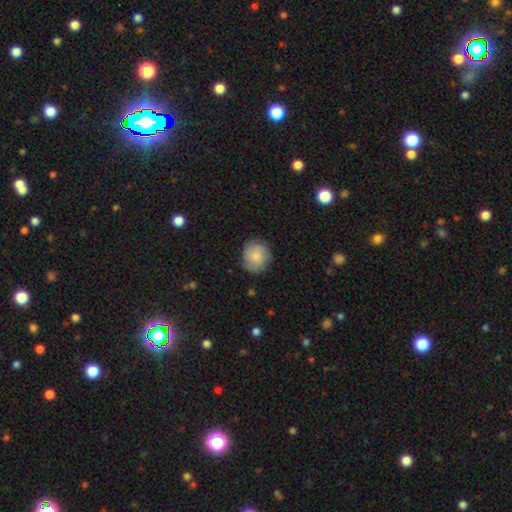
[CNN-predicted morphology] Smooth or featured?
  - smooth: 75% *
  - featured or disk: 18%
  - star or artifact: 7%
How rounded?
  - round: 74% *
  - in between: 25%
  - cigar-shaped: 1%
Merging?
  - none: 78% *
  - minor disturbance: 17%
  - major disturbance: 4%
  - merger: 1%